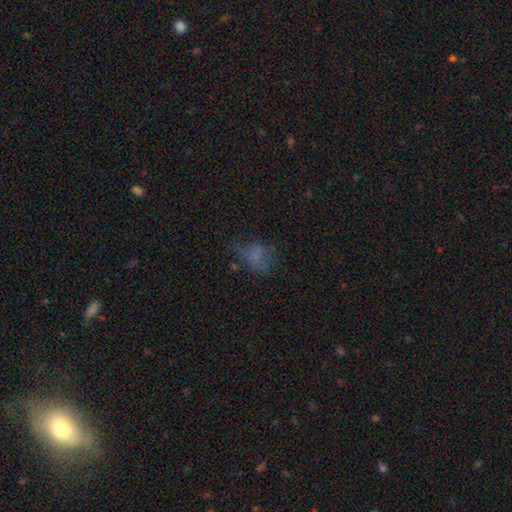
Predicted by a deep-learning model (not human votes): A smooth galaxy with no disk features (54%) that is in between round and cigar-shaped (65%).

Vote fractions:
- Smooth or featured? smooth: 54% / featured or disk: 24% / star or artifact: 22%
- How rounded? in between: 65% / round: 33% / cigar-shaped: 2%
- Merging? none: 42% / major disturbance: 30% / minor disturbance: 24% / merger: 3%